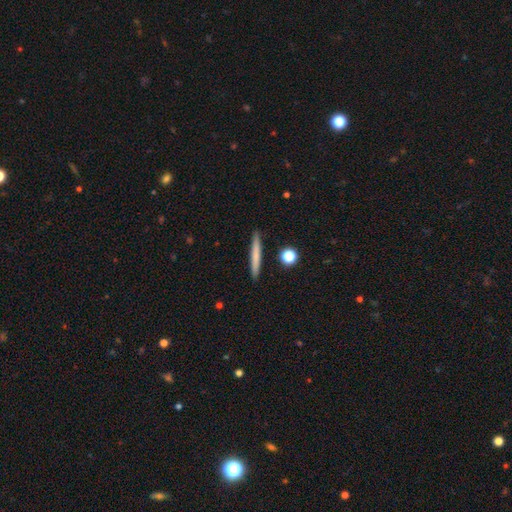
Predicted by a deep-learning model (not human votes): This appears to be a smooth galaxy with no disk features (68%) that is cigar-shaped (96%). Merging: none (91%).